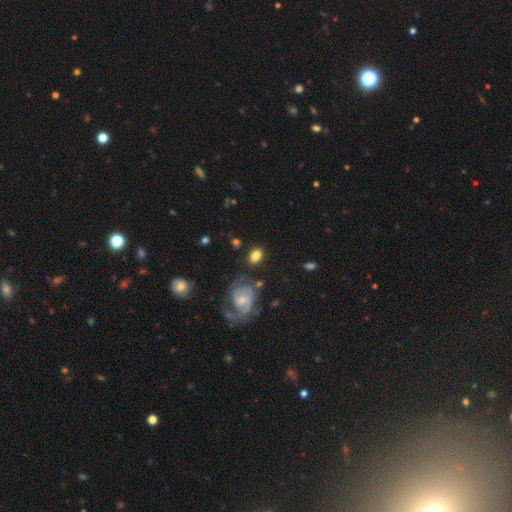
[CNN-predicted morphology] The model was most divided on "smooth or featured": smooth: 69%, featured or disk: 23%, star or artifact: 8%. More confident: how rounded — in between (76%); merging — none (75%).